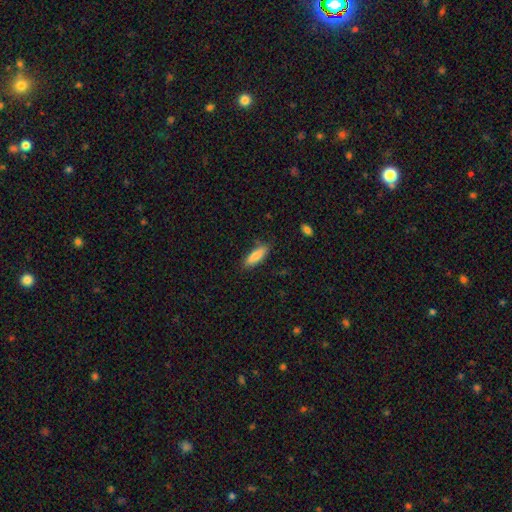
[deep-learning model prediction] smooth 84%, featured or disk 10%, star or artifact 6%. Down the decision tree: how rounded — in between (56%); merging — none (81%).